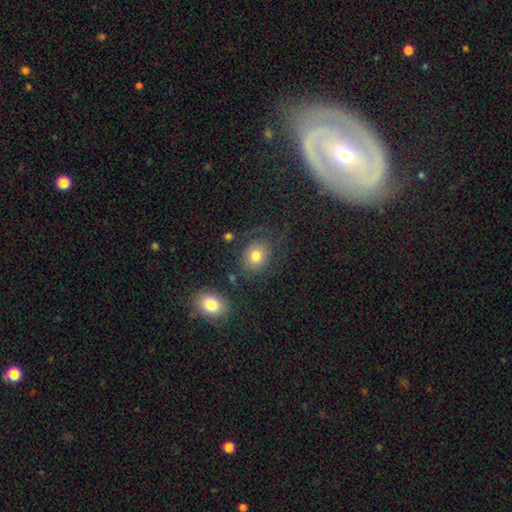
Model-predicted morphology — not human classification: This is likely a smooth galaxy (70%). How rounded: possibly round (56%). Merging: likely none (65%).